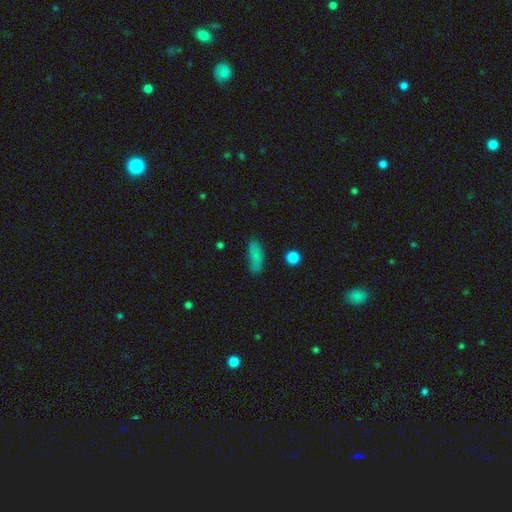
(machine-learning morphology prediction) A smooth galaxy with no disk features (78%) that is in between round and cigar-shaped (63%). Merging: none (65%).